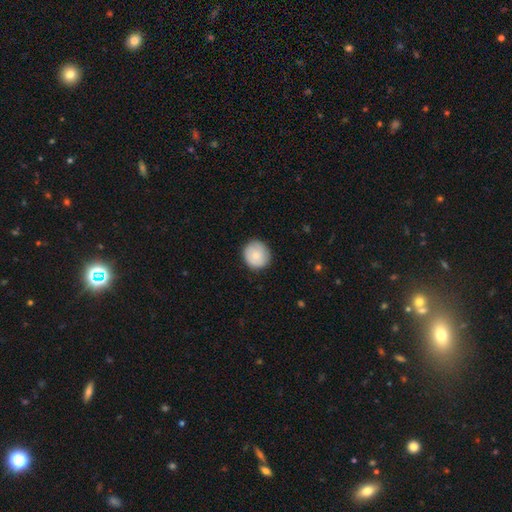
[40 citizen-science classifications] smooth 85%, featured or disk 12%, star or artifact 2%. Down the decision tree: how rounded — round (91%); merging — none (90%).